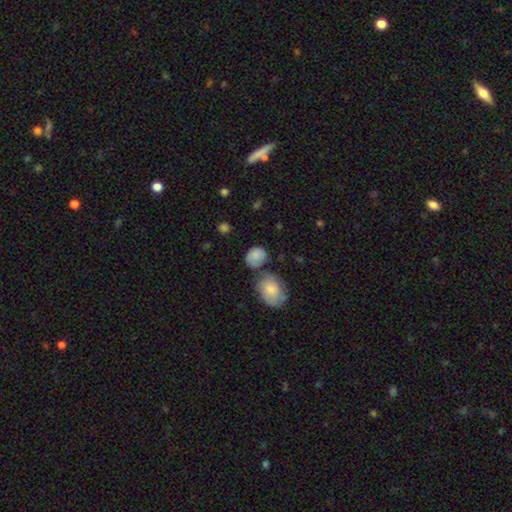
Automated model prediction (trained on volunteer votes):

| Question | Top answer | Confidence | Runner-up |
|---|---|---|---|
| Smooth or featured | smooth | 81% | featured or disk (11%) |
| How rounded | round | 52% | in between (47%) |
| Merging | none | 53% | minor disturbance (21%) |